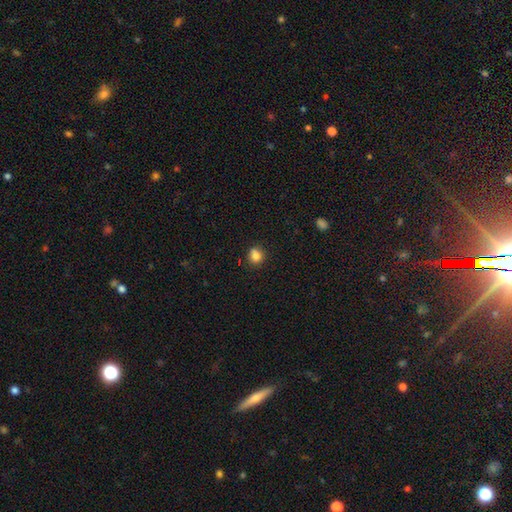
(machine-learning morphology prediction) Smooth or featured? Predicted: smooth (p=0.81). How rounded? Predicted: round (p=0.82). Merging? Predicted: none (p=0.69).